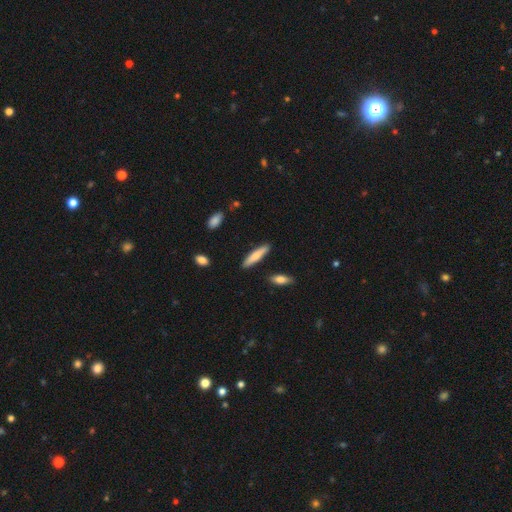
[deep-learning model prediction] Q: Smooth or featured?
A: smooth (72%); runner-up: featured or disk (22%)
Q: How rounded?
A: cigar-shaped (82%); runner-up: in between (16%)
Q: Merging?
A: none (87%); runner-up: minor disturbance (9%)